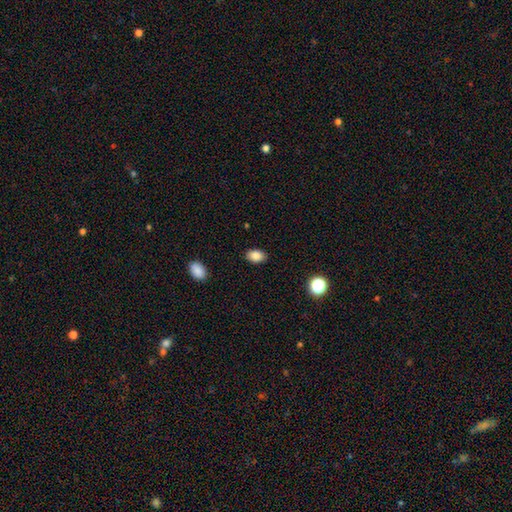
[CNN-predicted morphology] A smooth galaxy with no disk features (86%) that is in between round and cigar-shaped (83%). Merging: none (87%).